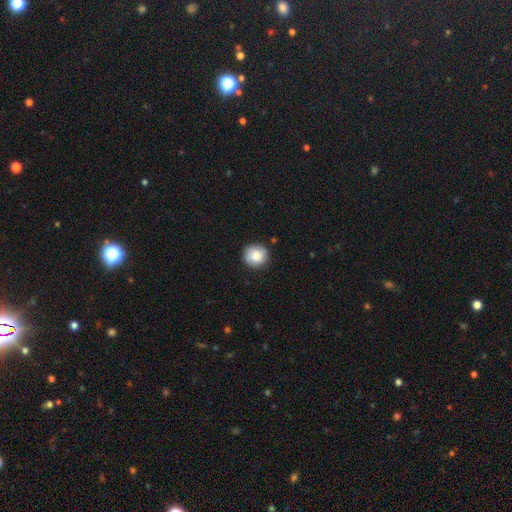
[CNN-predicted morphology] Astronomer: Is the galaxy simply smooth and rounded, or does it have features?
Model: smooth — 83%.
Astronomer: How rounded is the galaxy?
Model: round — 91%.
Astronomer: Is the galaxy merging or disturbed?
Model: none — 87%.